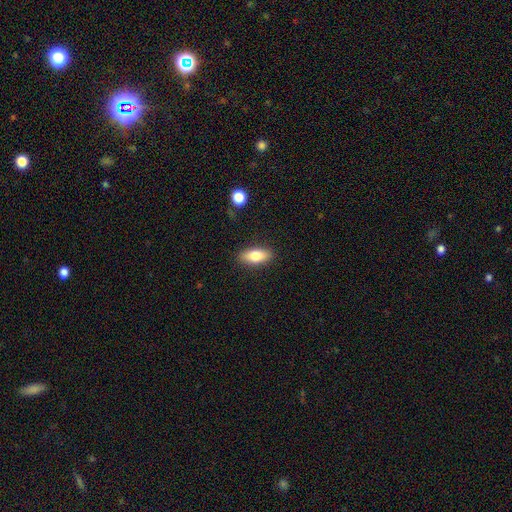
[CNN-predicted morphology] Smooth or featured? Predicted: smooth (p=0.76). How rounded? Predicted: in between (p=0.79). Merging? Predicted: none (p=0.87).